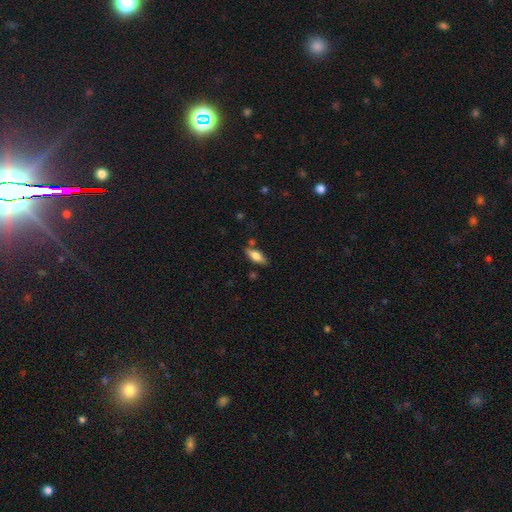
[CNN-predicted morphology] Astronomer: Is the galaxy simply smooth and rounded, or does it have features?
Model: smooth — 75%.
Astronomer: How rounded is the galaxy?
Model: in between — 74%.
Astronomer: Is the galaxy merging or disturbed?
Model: none — 75%.